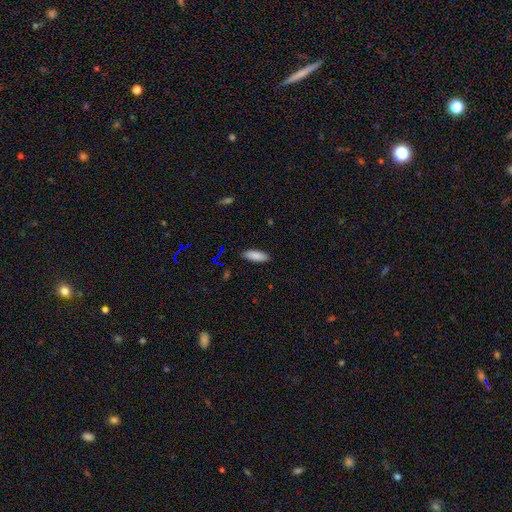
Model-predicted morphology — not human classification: Smooth or featured?
  - smooth: 87% *
  - star or artifact: 7%
  - featured or disk: 6%
How rounded?
  - in between: 70% *
  - cigar-shaped: 28%
  - round: 2%
Merging?
  - none: 89% *
  - minor disturbance: 9%
  - major disturbance: 2%
  - merger: 1%